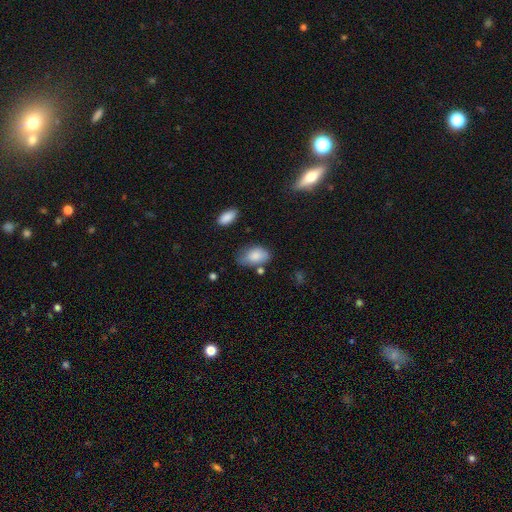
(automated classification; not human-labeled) Smooth or featured? smooth (84%)
How rounded? in between (92%)
Merging? none (53%)